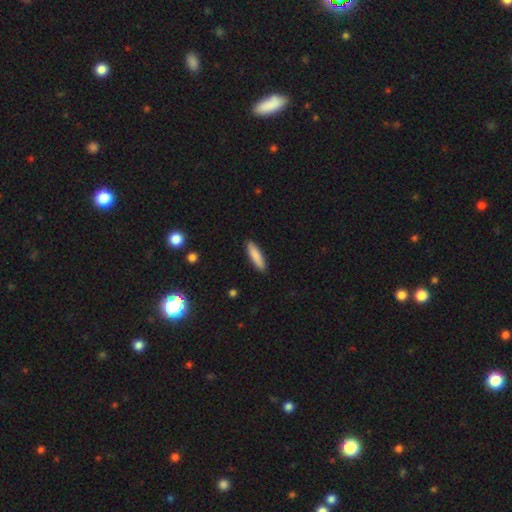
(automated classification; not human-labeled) smooth_or_featured: smooth (p=0.85) [alt: featured or disk p=0.09]
how_rounded: cigar-shaped (p=0.76) [alt: in between p=0.23]
merging: none (p=0.90) [alt: minor disturbance p=0.07]